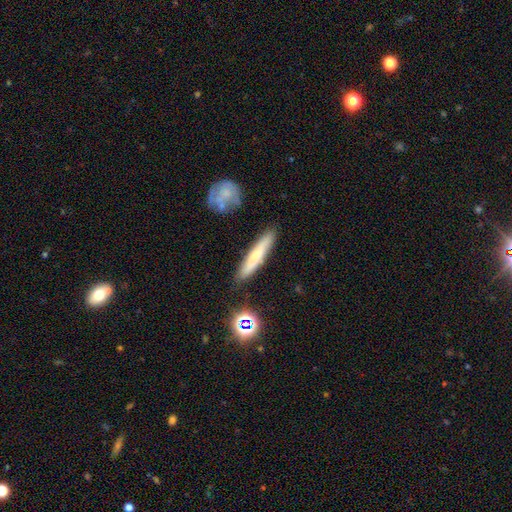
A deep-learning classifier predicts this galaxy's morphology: Smooth or featured?
  - smooth: 60% *
  - featured or disk: 31%
  - star or artifact: 8%
How rounded?
  - cigar-shaped: 91% *
  - in between: 7%
  - round: 2%
Merging?
  - none: 86% *
  - minor disturbance: 9%
  - merger: 3%
  - major disturbance: 2%